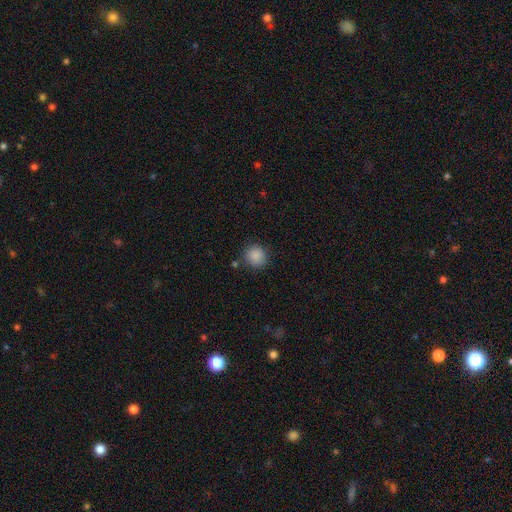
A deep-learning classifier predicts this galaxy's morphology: Q: Smooth or featured?
A: smooth (87%); runner-up: star or artifact (9%)
Q: How rounded?
A: round (90%); runner-up: in between (9%)
Q: Merging?
A: none (84%); runner-up: minor disturbance (9%)